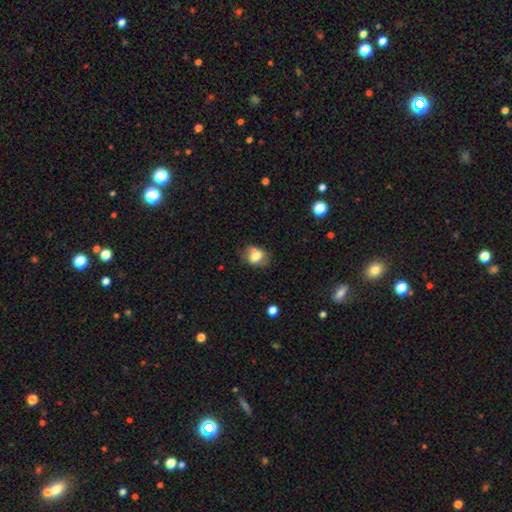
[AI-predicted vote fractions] smooth 70%, featured or disk 20%, star or artifact 10%. Down the decision tree: how rounded — in between (56%); merging — none (51%).